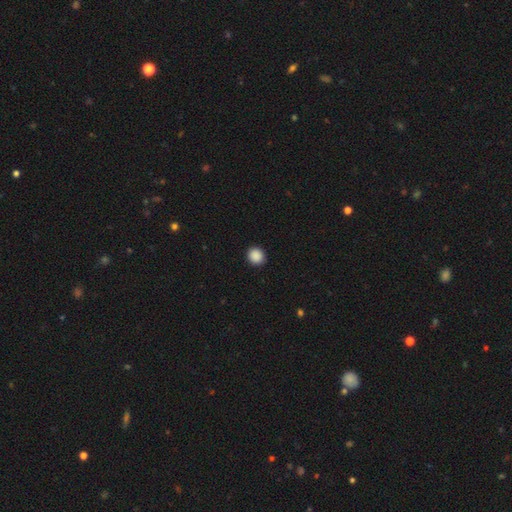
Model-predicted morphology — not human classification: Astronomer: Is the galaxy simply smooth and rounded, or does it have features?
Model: smooth — 89%.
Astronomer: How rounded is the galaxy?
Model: round — 83%.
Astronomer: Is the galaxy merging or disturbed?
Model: none — 92%.